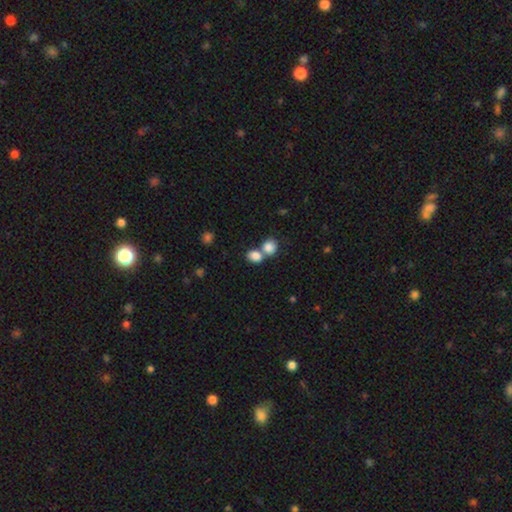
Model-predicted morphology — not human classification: Smooth or featured: smooth — 84% (star or artifact — 9%)
How rounded: in between — 51% (round — 47%)
Merging: merger — 54% (none — 36%)